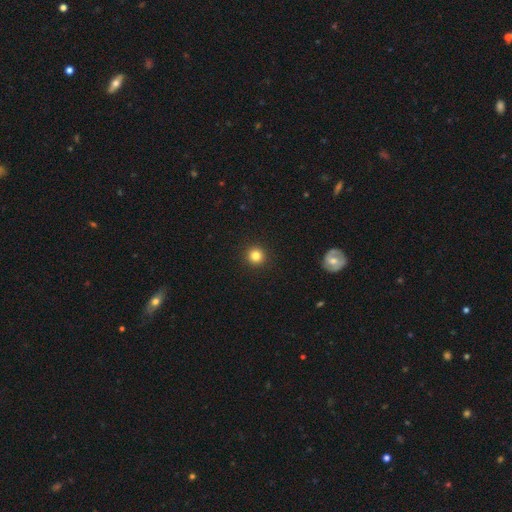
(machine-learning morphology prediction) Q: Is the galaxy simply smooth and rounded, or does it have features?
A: smooth — 83%.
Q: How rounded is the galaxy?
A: round — 95%.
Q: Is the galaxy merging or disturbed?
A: none — 93%.